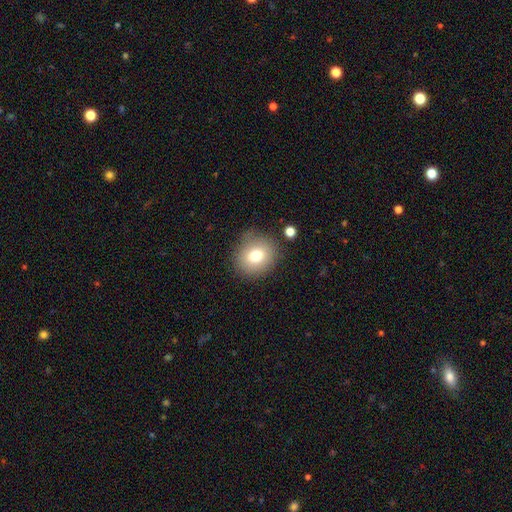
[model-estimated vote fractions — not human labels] smooth-or-featured: smooth: 76% | featured or disk: 13% | star or artifact: 11%
  how-rounded: round: 75% | in between: 24% | cigar-shaped: 1%
  merging: none: 81% | minor disturbance: 13% | major disturbance: 4% | merger: 3%